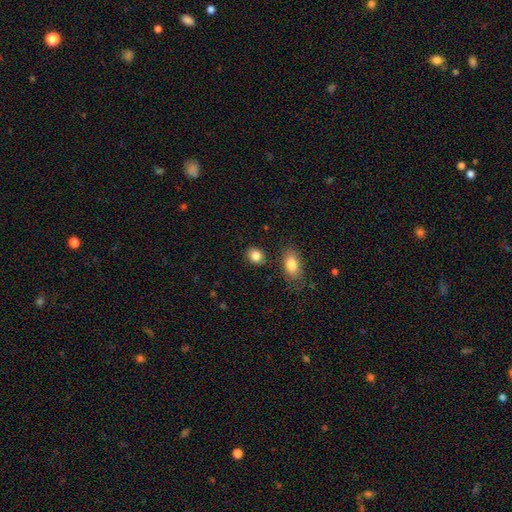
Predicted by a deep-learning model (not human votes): Smooth or featured: smooth — 85% (star or artifact — 9%)
How rounded: round — 54% (in between — 44%)
Merging: none — 85% (minor disturbance — 9%)